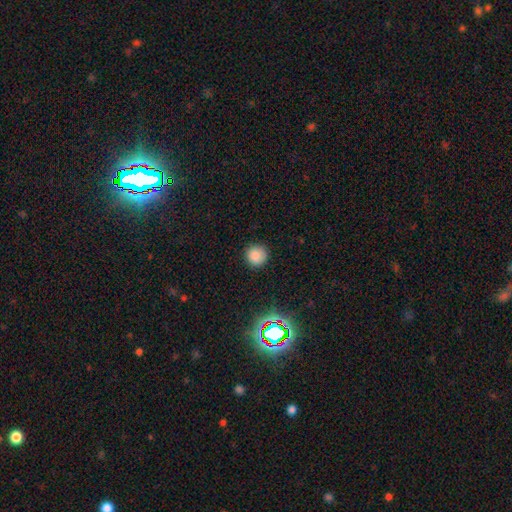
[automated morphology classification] This is clearly a smooth galaxy (83%). How rounded: clearly round (93%). Merging: clearly none (89%).